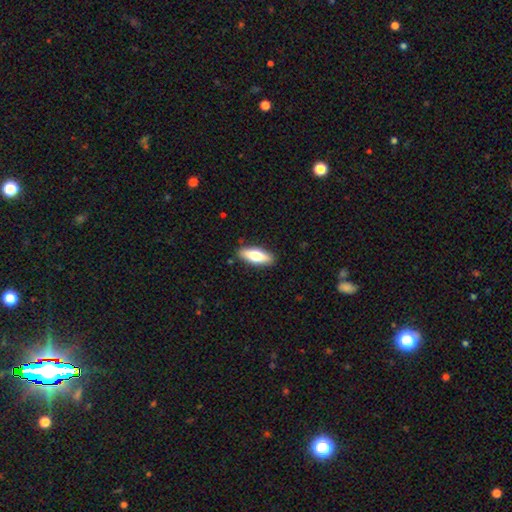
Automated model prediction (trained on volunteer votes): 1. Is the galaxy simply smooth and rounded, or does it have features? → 67% smooth, 27% featured or disk, 6% star or artifact.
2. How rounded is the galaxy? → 65% in between, 33% cigar-shaped, 2% round.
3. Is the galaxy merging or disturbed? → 88% none, 9% minor disturbance, 2% major disturbance, 1% merger.